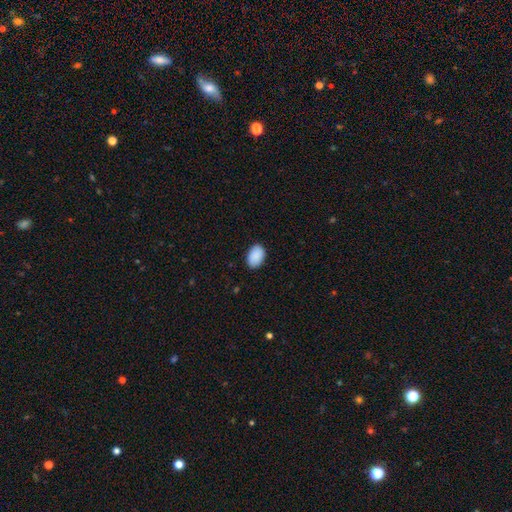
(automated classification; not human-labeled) Q: Smooth or featured?
A: smooth (91%); runner-up: star or artifact (6%)
Q: How rounded?
A: in between (88%); runner-up: round (11%)
Q: Merging?
A: none (88%); runner-up: minor disturbance (10%)